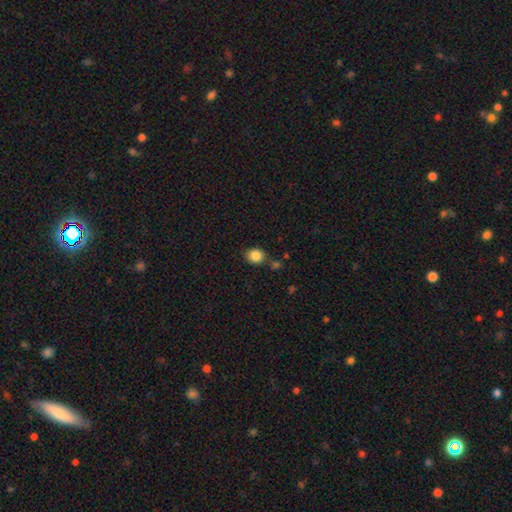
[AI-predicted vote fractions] Q: Smooth or featured?
A: smooth (86%); runner-up: star or artifact (10%)
Q: How rounded?
A: round (70%); runner-up: in between (29%)
Q: Merging?
A: none (75%); runner-up: minor disturbance (14%)